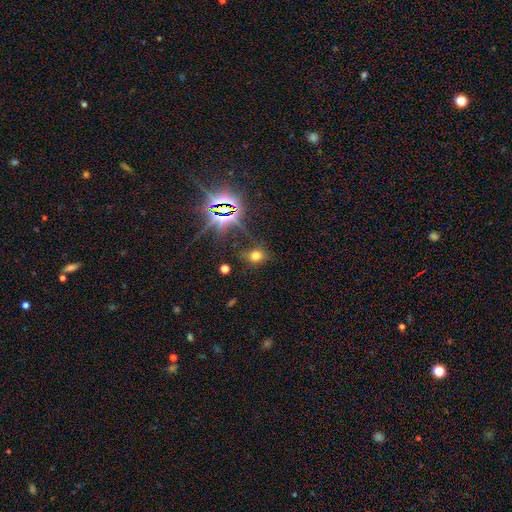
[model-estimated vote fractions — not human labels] The model was most divided on "how rounded": round: 52%, in between: 46%, cigar-shaped: 2%. More confident: merging — none (75%); smooth or featured — smooth (58%).